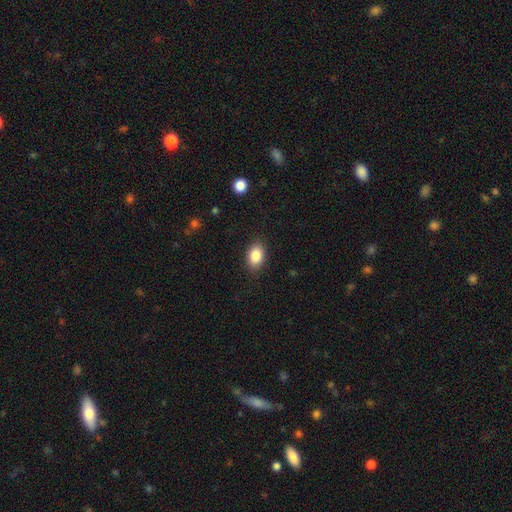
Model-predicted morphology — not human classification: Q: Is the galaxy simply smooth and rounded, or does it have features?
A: smooth — 86%.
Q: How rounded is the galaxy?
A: in between — 84%.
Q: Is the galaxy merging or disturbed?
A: none — 86%.